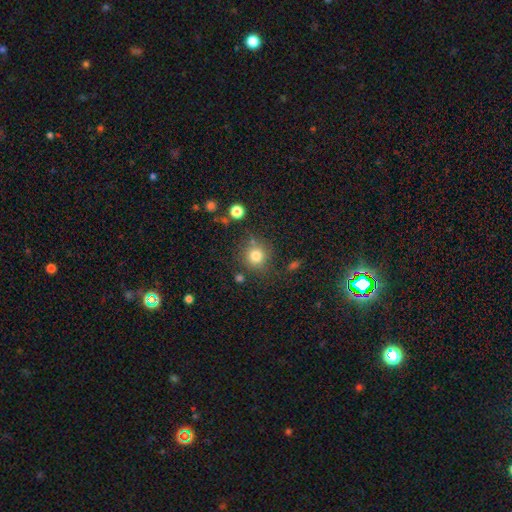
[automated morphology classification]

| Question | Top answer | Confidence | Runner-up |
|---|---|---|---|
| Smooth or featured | smooth | 79% | star or artifact (12%) |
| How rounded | round | 91% | in between (8%) |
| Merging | none | 79% | minor disturbance (11%) |